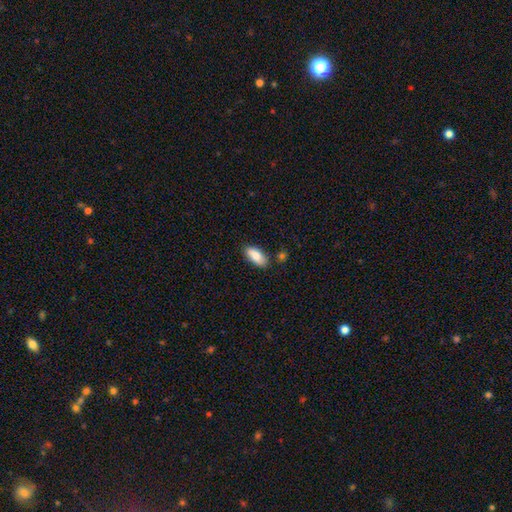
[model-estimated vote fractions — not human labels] Smooth or featured: smooth — 84% (featured or disk — 10%)
How rounded: in between — 88% (cigar-shaped — 10%)
Merging: none — 83% (minor disturbance — 11%)